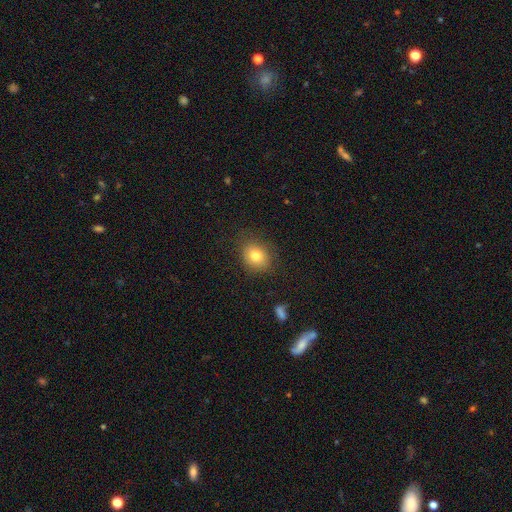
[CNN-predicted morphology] A smooth galaxy with no disk features (80%) that is round (54%).

Vote fractions:
- Smooth or featured? smooth: 80% / star or artifact: 10% / featured or disk: 10%
- How rounded? round: 54% / in between: 45% / cigar-shaped: 1%
- Merging? none: 82% / minor disturbance: 13% / major disturbance: 4% / merger: 1%